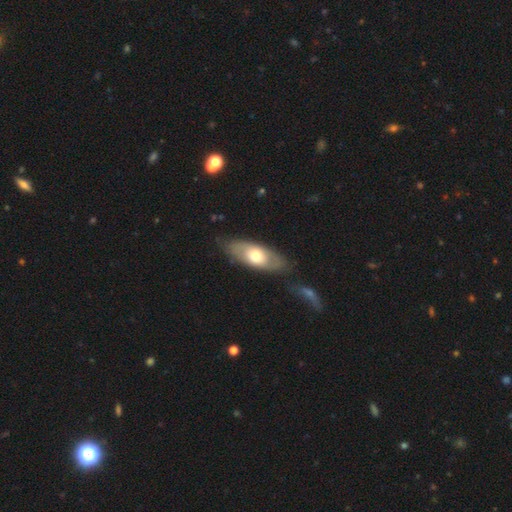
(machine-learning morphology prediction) Smooth or featured? Predicted: smooth (p=0.56). How rounded? Predicted: in between (p=0.82). Merging? Predicted: none (p=0.77).